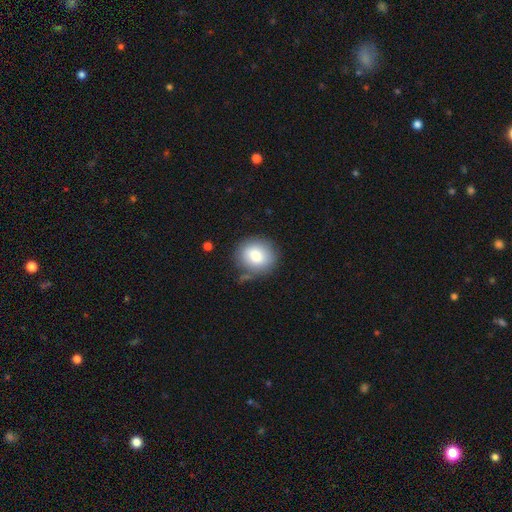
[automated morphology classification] smooth_or_featured: smooth (p=0.82) [alt: featured or disk p=0.11]
how_rounded: round (p=0.81) [alt: in between p=0.18]
merging: none (p=0.77) [alt: minor disturbance p=0.15]